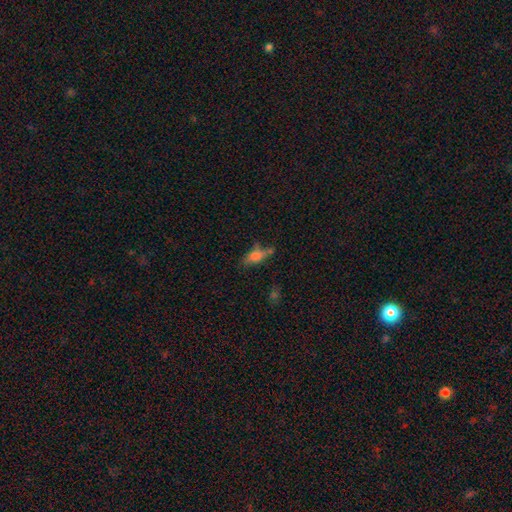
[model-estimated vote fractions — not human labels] Morphology: type=smooth (65%); roundness=in between (65%); merging=none (47%).